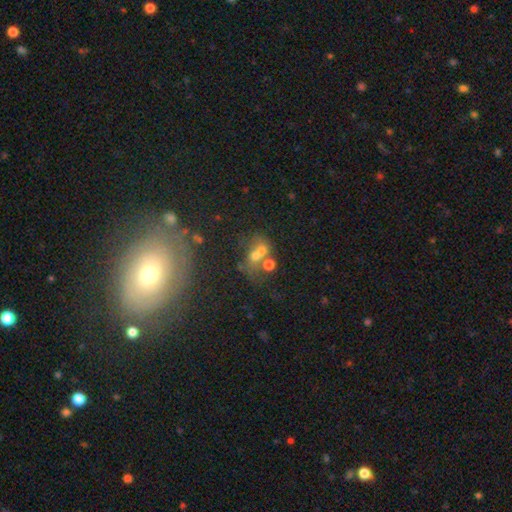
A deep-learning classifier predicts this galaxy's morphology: Smooth or featured? Predicted: smooth (p=0.45). Merging? Predicted: merger (p=0.44).